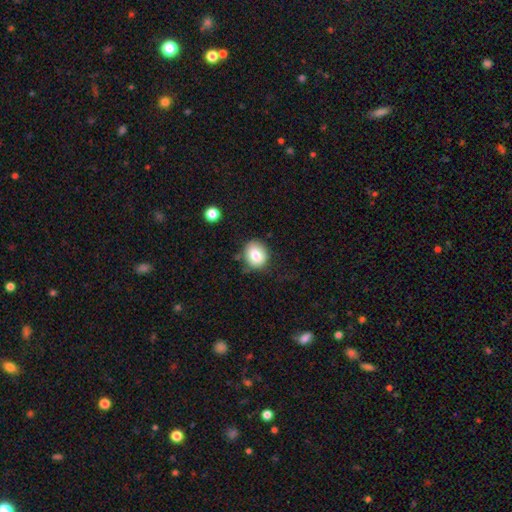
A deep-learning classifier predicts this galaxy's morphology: smooth_or_featured: smooth (p=0.79) [alt: featured or disk p=0.12]
how_rounded: round (p=0.68) [alt: in between p=0.31]
merging: none (p=0.74) [alt: minor disturbance p=0.18]